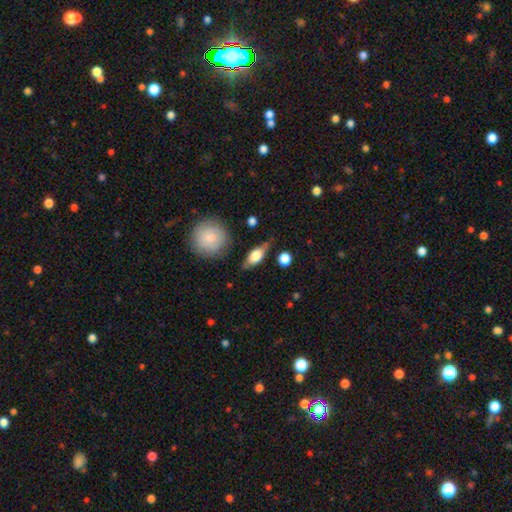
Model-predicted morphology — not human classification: Q: Smooth or featured?
A: smooth (49%); runner-up: featured or disk (44%)
Q: Merging?
A: none (75%); runner-up: minor disturbance (17%)